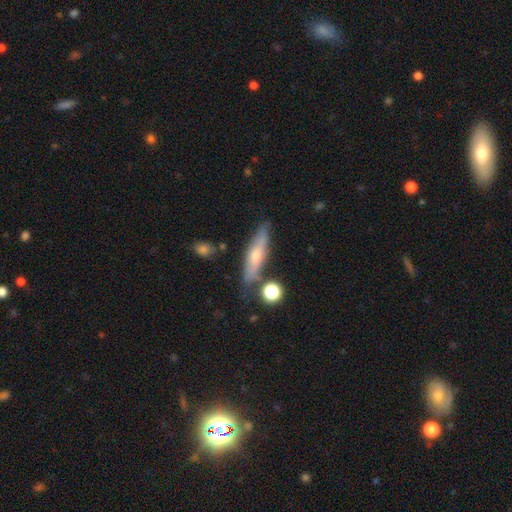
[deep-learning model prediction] This appears to be a smooth galaxy with no disk features (46%, tied with featured or disk). Merging: none (72%).